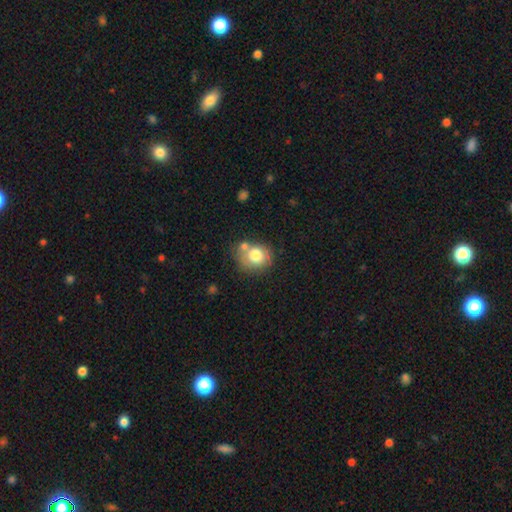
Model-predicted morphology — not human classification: Q: Smooth or featured?
A: smooth (76%); runner-up: featured or disk (14%)
Q: How rounded?
A: round (75%); runner-up: in between (24%)
Q: Merging?
A: none (55%); runner-up: merger (23%)